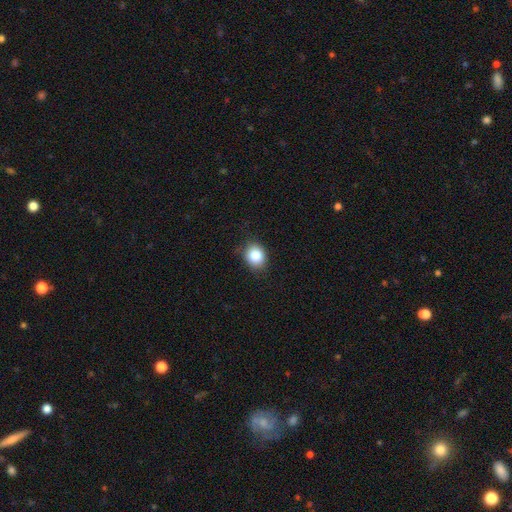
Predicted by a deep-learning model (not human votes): Q: Smooth or featured?
A: smooth (84%); runner-up: star or artifact (10%)
Q: How rounded?
A: round (64%); runner-up: in between (35%)
Q: Merging?
A: none (83%); runner-up: minor disturbance (13%)